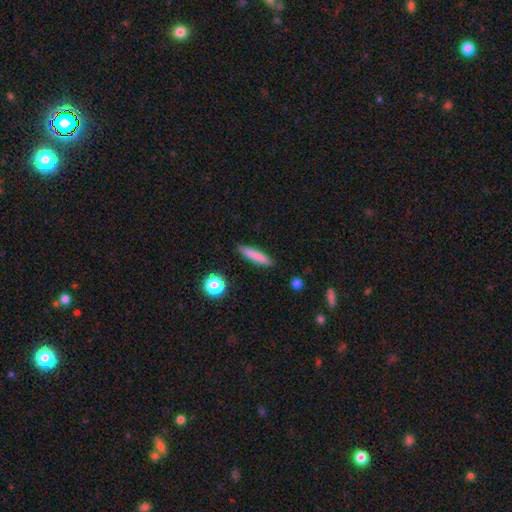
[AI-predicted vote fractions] This is clearly a smooth galaxy (80%). How rounded: clearly cigar-shaped (87%). Merging: clearly none (88%).